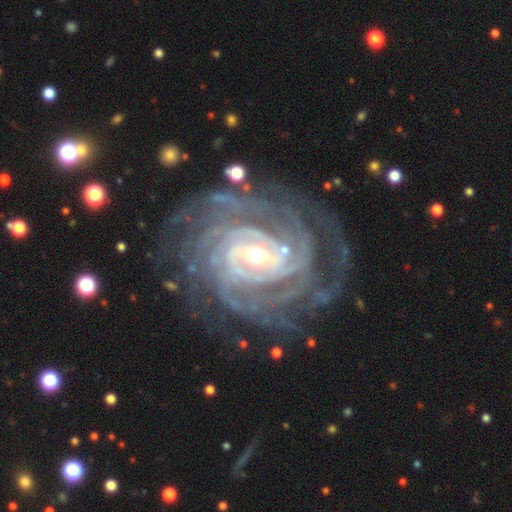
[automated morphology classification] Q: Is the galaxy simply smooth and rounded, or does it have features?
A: featured or disk — 94%.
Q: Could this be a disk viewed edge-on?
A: no — 98%.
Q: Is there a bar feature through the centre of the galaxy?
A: weak — 42%.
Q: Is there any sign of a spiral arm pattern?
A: yes — 99%.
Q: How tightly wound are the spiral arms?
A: tight — 80%.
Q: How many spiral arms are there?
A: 4 — 25%.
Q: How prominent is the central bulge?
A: moderate — 51%.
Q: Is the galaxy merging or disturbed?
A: none — 78%.